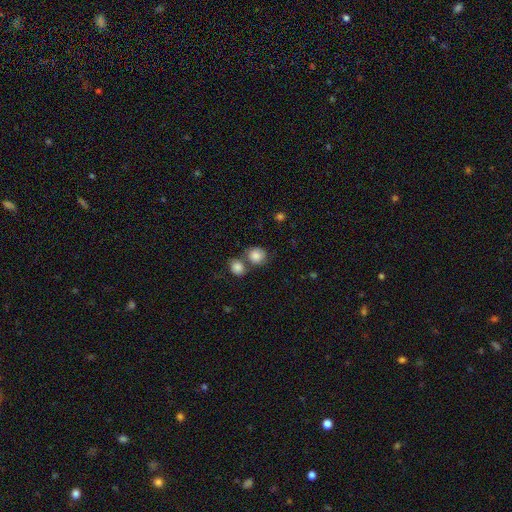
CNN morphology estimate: The model was most divided on "merging": none: 47%, merger: 36%, minor disturbance: 12%, major disturbance: 5%. More confident: smooth or featured — smooth (82%); how rounded — round (80%).